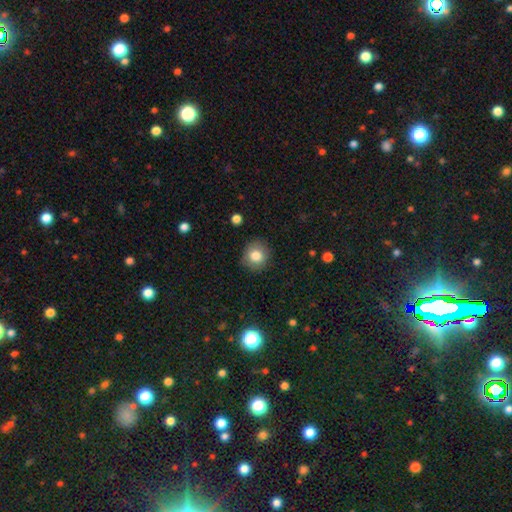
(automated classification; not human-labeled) Overall: smooth (81%). How rounded: round (87%). Merging: none (86%).